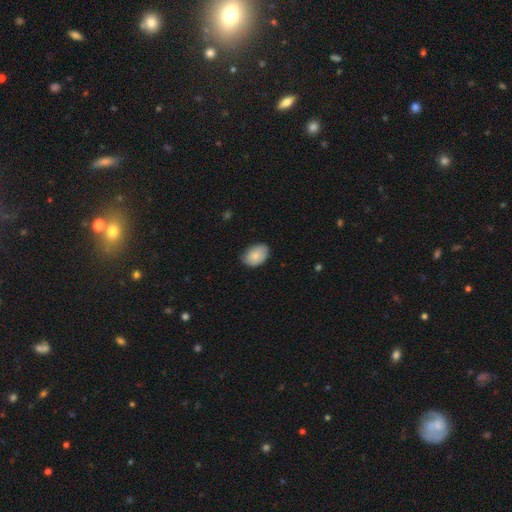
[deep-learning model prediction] A smooth galaxy with no disk features (83%) that is in between round and cigar-shaped (84%).

Vote fractions:
- Smooth or featured? smooth: 83% / featured or disk: 11% / star or artifact: 6%
- How rounded? in between: 84% / round: 15% / cigar-shaped: 1%
- Merging? none: 73% / minor disturbance: 22% / major disturbance: 3% / merger: 1%